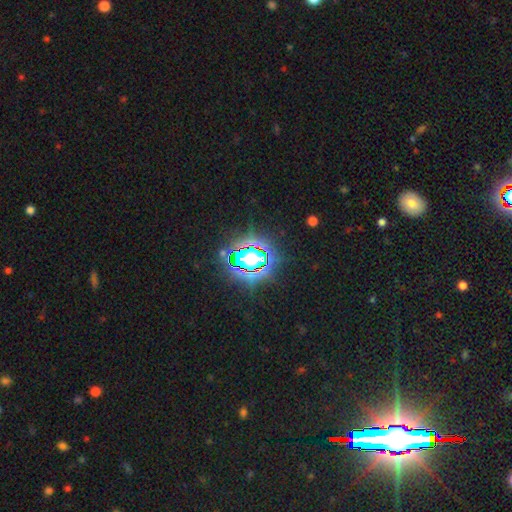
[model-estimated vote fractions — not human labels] Smooth or featured? Predicted: star or artifact (p=0.73).